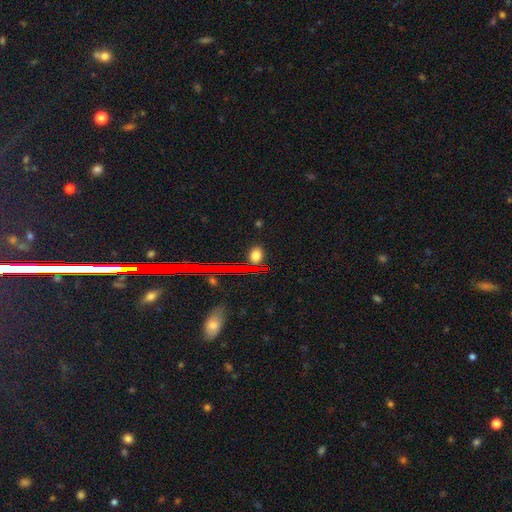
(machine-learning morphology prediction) smooth 71%, star or artifact 21%, featured or disk 7%. Down the decision tree: how rounded — round (50%); merging — none (83%).